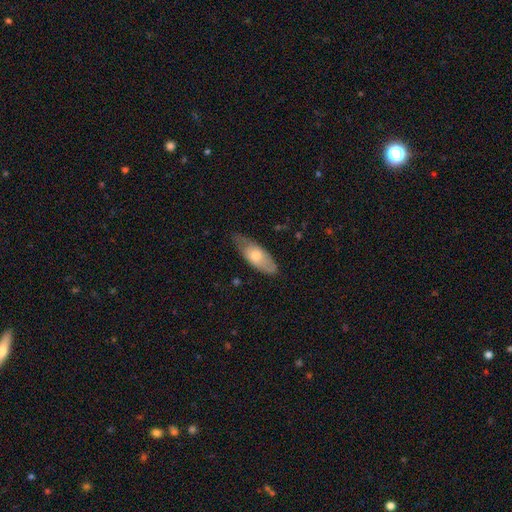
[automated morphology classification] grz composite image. It shows a smooth galaxy with no disk features (62%) that is in between round and cigar-shaped (76%). Merging: none (62%).